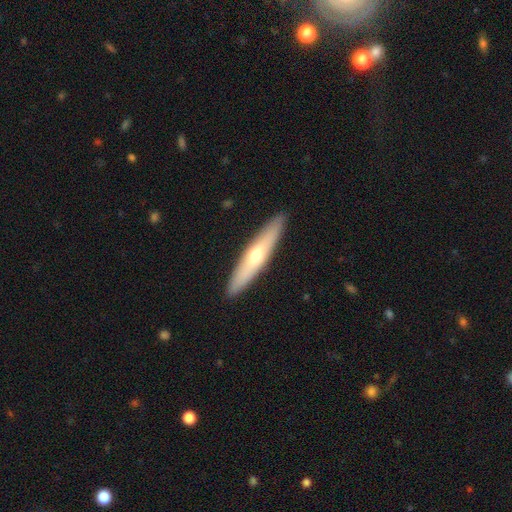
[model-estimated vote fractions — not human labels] The model was most divided on "smooth or featured": smooth: 49%, featured or disk: 46%, star or artifact: 5%. More confident: merging — none (91%).